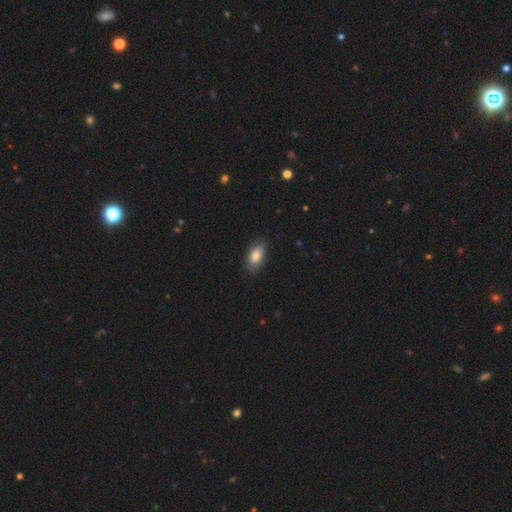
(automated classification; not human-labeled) Smooth or featured: smooth — 84% (featured or disk — 9%)
How rounded: in between — 91% (round — 5%)
Merging: none — 83% (minor disturbance — 13%)